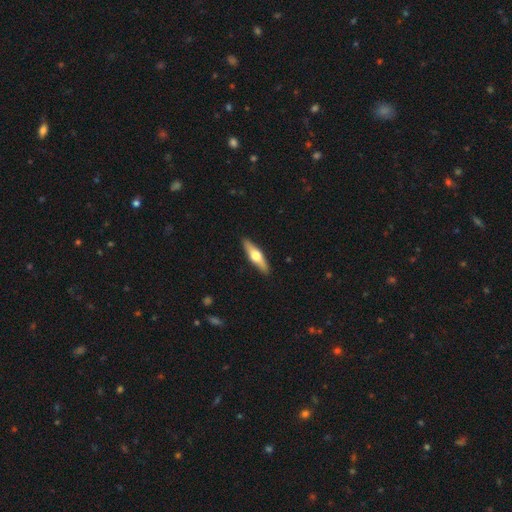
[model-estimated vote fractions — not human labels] smooth-or-featured: featured or disk: 55% | smooth: 40% | star or artifact: 5%
  disk-edge-on: yes: 93% | no: 7%
    edge-on-bulge: rounded: 95% | boxy: 3% | none: 2%
  merging: none: 91% | minor disturbance: 7% | major disturbance: 1% | merger: 1%